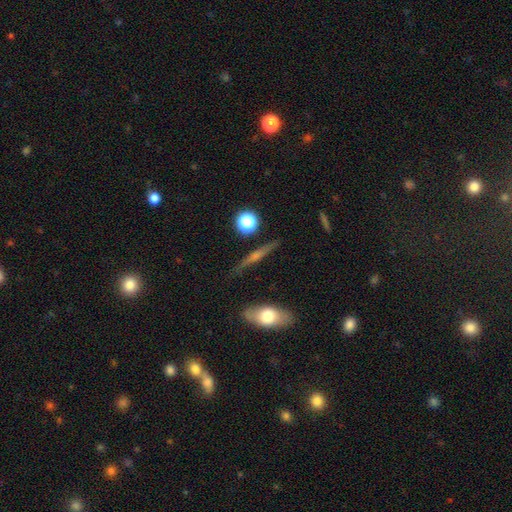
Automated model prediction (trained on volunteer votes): featured or disk 60%, smooth 29%, star or artifact 11%. Down the decision tree: edge-on disk — yes (95%); edge-on bulge — rounded (75%); merging — none (87%).